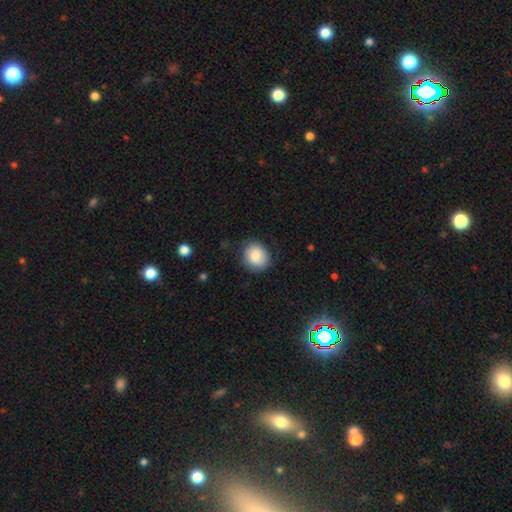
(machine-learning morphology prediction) Smooth or featured? Predicted: smooth (p=0.84). How rounded? Predicted: round (p=0.71). Merging? Predicted: none (p=0.80).